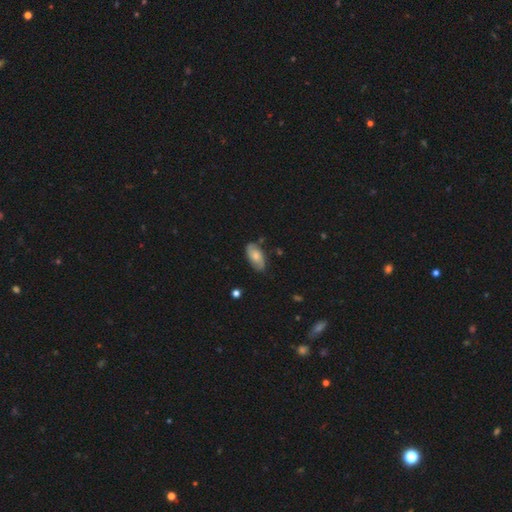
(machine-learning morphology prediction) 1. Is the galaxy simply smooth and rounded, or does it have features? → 47% smooth, 46% featured or disk, 7% star or artifact.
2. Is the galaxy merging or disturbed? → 76% none, 19% minor disturbance, 4% major disturbance, 2% merger.